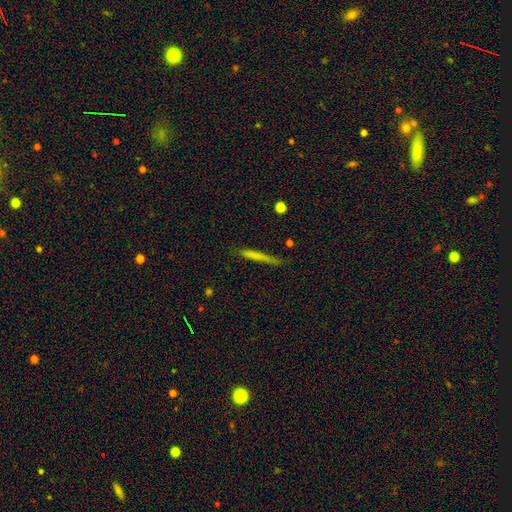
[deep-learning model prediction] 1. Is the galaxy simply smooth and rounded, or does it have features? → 66% smooth, 26% featured or disk, 7% star or artifact.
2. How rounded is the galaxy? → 96% cigar-shaped, 3% in between, 2% round.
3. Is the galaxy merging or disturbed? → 79% none, 16% minor disturbance, 3% major disturbance, 2% merger.